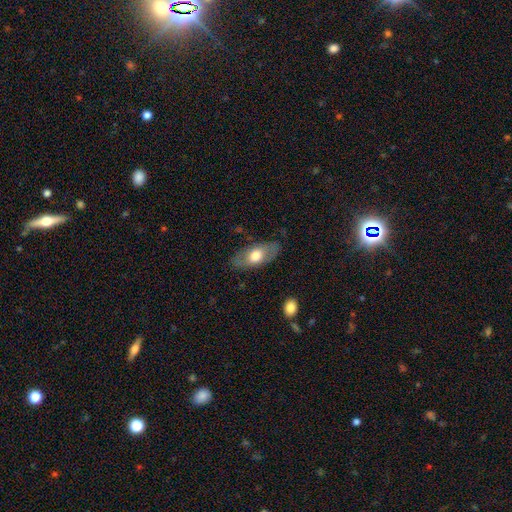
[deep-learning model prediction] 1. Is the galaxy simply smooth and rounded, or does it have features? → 58% smooth, 36% featured or disk, 6% star or artifact.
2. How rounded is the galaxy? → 87% in between, 8% cigar-shaped, 4% round.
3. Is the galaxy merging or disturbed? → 80% none, 14% minor disturbance, 4% major disturbance, 1% merger.